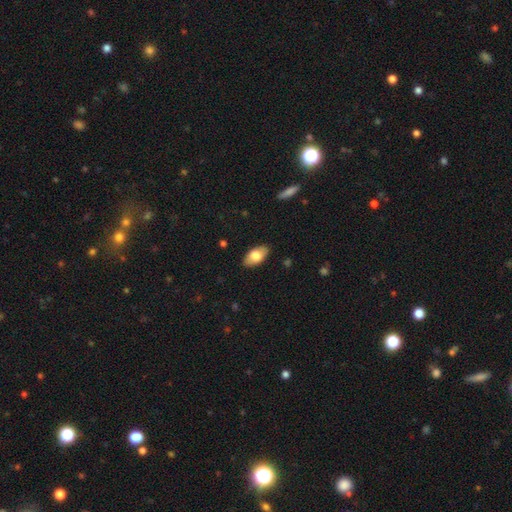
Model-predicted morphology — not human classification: smooth-or-featured: smooth: 76% | featured or disk: 18% | star or artifact: 6%
  how-rounded: in between: 94% | cigar-shaped: 3% | round: 3%
  merging: none: 87% | minor disturbance: 10% | major disturbance: 2% | merger: 1%